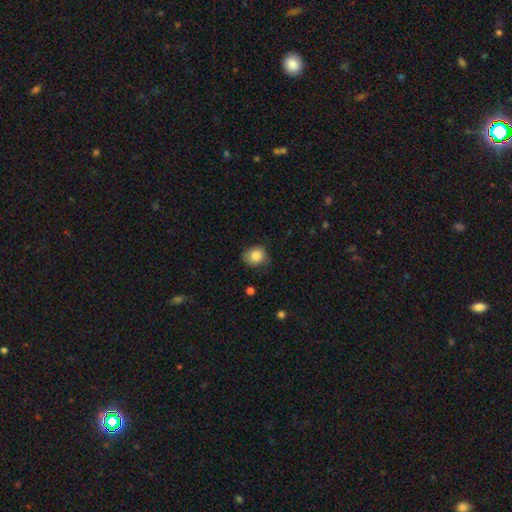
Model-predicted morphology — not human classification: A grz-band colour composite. It shows a smooth galaxy with no disk features (85%) that is round (65%). Merging: none (70%).